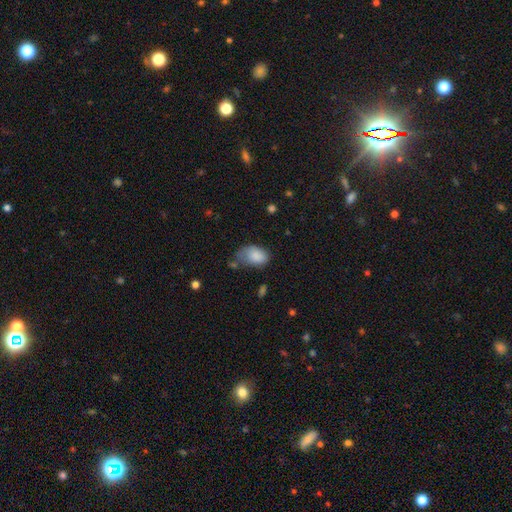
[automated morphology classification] Smooth or featured? Predicted: smooth (p=0.85). How rounded? Predicted: in between (p=0.87). Merging? Predicted: none (p=0.42).